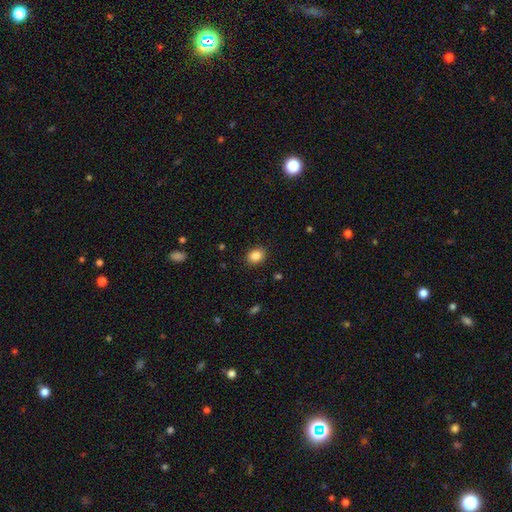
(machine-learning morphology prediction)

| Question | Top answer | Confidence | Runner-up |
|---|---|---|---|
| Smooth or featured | smooth | 86% | star or artifact (10%) |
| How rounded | round | 53% | in between (46%) |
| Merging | none | 90% | minor disturbance (7%) |